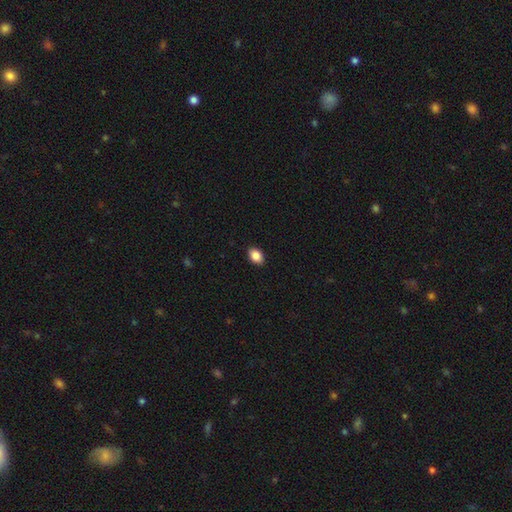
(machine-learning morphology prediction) This is clearly a smooth galaxy (88%). How rounded: clearly in between (83%). Merging: clearly none (90%).